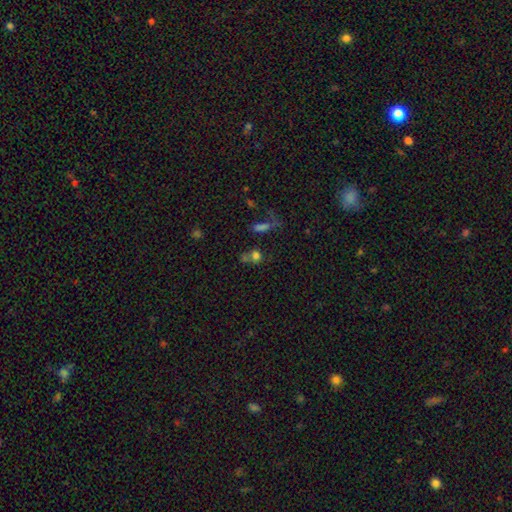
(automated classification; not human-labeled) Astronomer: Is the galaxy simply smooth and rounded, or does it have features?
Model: smooth — 69%.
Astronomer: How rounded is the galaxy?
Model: round — 70%.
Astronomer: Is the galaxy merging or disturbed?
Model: none — 44% (runner-up: merger, 36%).